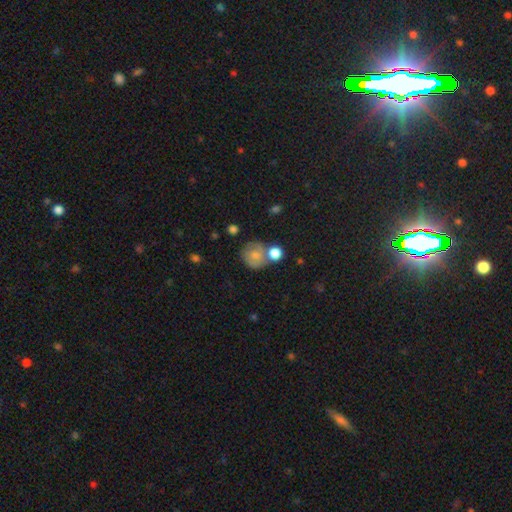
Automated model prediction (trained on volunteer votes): Q: Smooth or featured?
A: smooth (63%); runner-up: featured or disk (28%)
Q: How rounded?
A: round (80%); runner-up: in between (19%)
Q: Merging?
A: none (49%); runner-up: merger (25%)